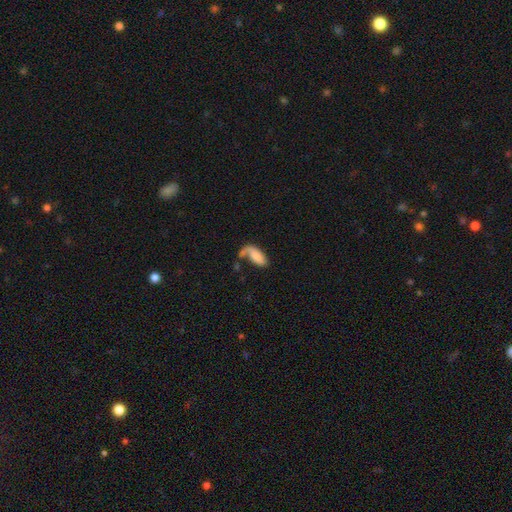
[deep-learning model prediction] smooth_or_featured: smooth (p=0.69) [alt: featured or disk p=0.24]
how_rounded: in between (p=0.86) [alt: cigar-shaped p=0.11]
merging: none (p=0.36) [alt: major disturbance p=0.25]